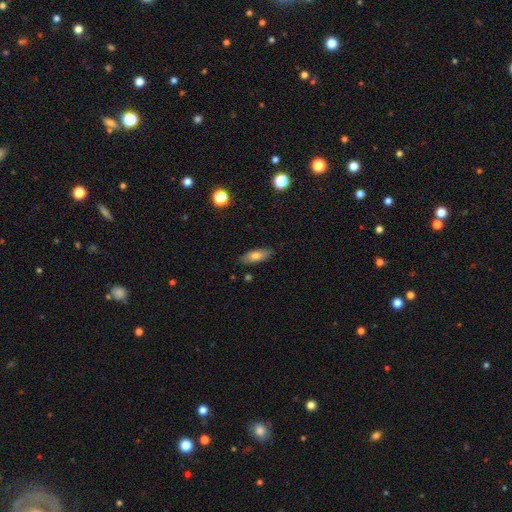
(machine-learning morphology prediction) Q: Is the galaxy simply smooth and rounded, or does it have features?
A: smooth — 73%.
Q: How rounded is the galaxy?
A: in between — 71%.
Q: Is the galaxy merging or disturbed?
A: none — 85%.